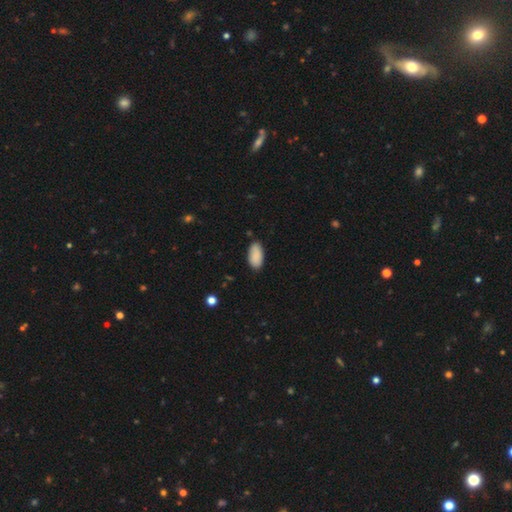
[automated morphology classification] This appears to be a smooth galaxy with no disk features (90%) that is in between round and cigar-shaped (94%). Merging: none (83%).